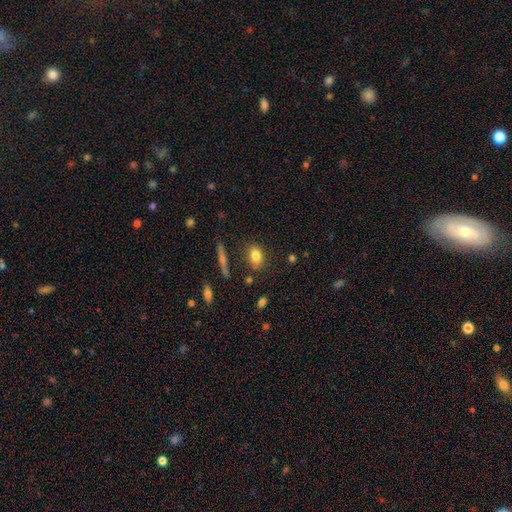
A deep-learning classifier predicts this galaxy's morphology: This is likely a smooth galaxy (79%). How rounded: likely in between (74%). Merging: likely none (78%).